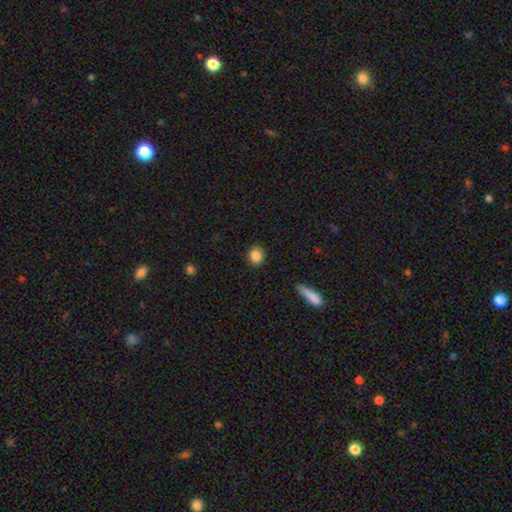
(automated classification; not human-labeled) smooth_or_featured: smooth (p=0.86) [alt: star or artifact p=0.09]
how_rounded: round (p=0.68) [alt: in between p=0.30]
merging: none (p=0.88) [alt: minor disturbance p=0.08]